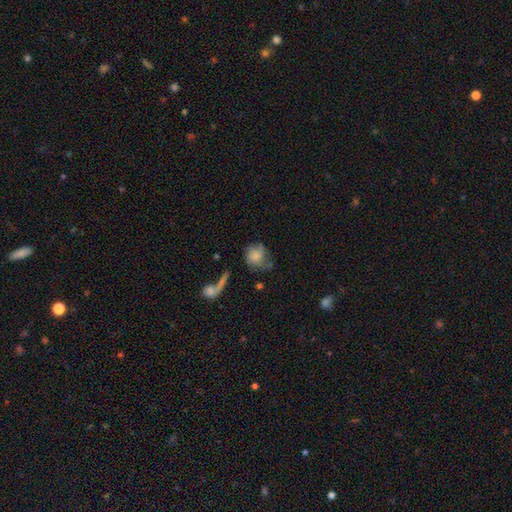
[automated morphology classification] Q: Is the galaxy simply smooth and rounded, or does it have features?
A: smooth — 59%.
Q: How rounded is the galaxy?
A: round — 68%.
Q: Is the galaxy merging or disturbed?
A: none — 44%.